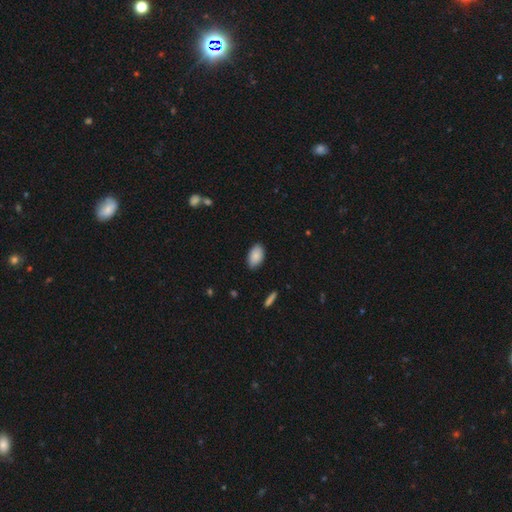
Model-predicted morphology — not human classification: Smooth or featured? smooth (87%)
How rounded? in between (94%)
Merging? none (84%)